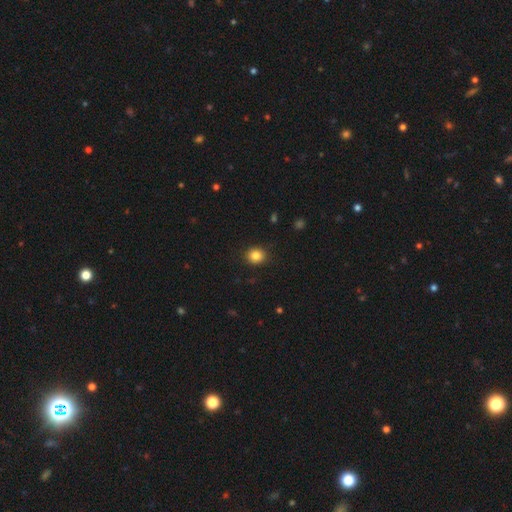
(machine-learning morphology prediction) Smooth or featured? Predicted: smooth (p=0.84). How rounded? Predicted: round (p=0.80). Merging? Predicted: none (p=0.90).